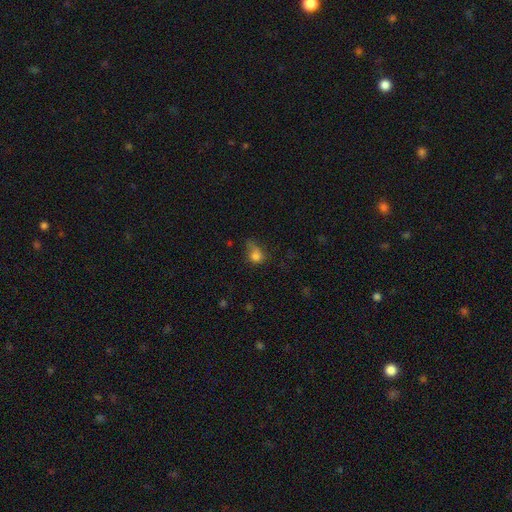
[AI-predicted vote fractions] A smooth galaxy with no disk features (73%) that is round (49%, tied with in between).

Vote fractions:
- Smooth or featured? smooth: 73% / featured or disk: 14% / star or artifact: 13%
- How rounded? round: 49% (tied) / in between: 49% (tied) / cigar-shaped: 2%
- Merging? major disturbance: 34% / minor disturbance: 30% / none: 30% / merger: 7%